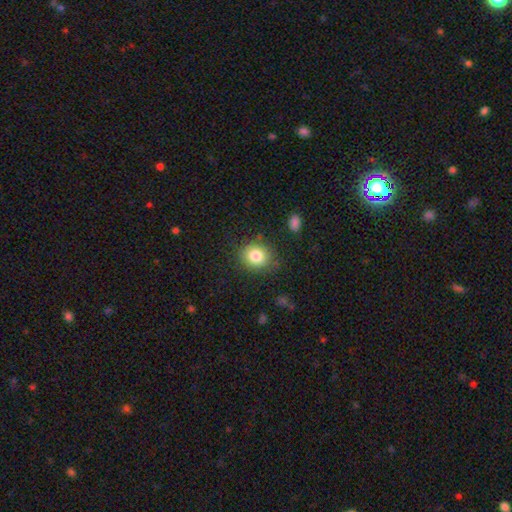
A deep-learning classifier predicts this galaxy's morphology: This appears to be a smooth galaxy with no disk features (83%) that is round (73%). Merging: none (82%).